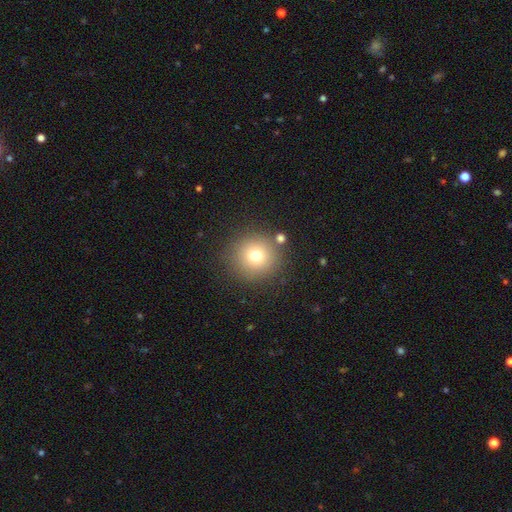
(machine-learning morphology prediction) The model was most divided on "smooth or featured": smooth: 74%, star or artifact: 15%, featured or disk: 11%. More confident: how rounded — round (94%); merging — none (85%).